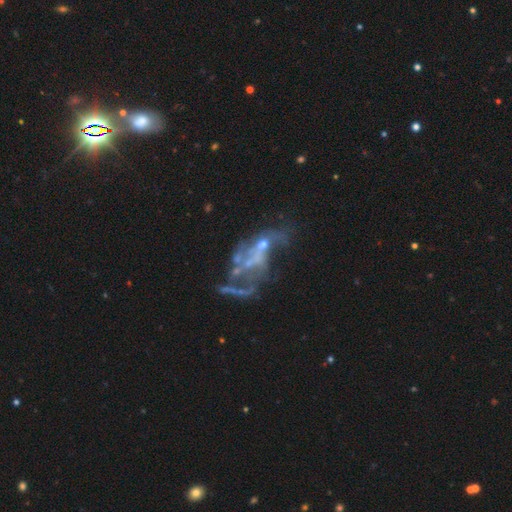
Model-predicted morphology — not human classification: Smooth or featured? Predicted: featured or disk (p=0.70). Edge-on disk? Predicted: no (p=0.96). Bar? Predicted: no (p=0.80). Spiral arms? Predicted: no (p=0.69). Bulge size? Predicted: none (p=0.61). Merging? Predicted: major disturbance (p=0.42).